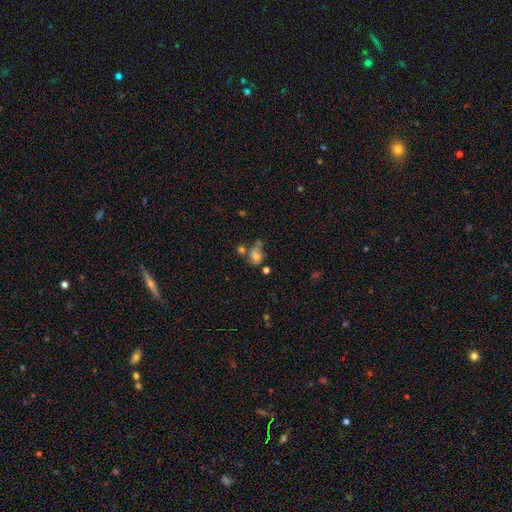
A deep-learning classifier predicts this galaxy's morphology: Smooth or featured? smooth (65%)
How rounded? in between (60%)
Merging? merger (31%)